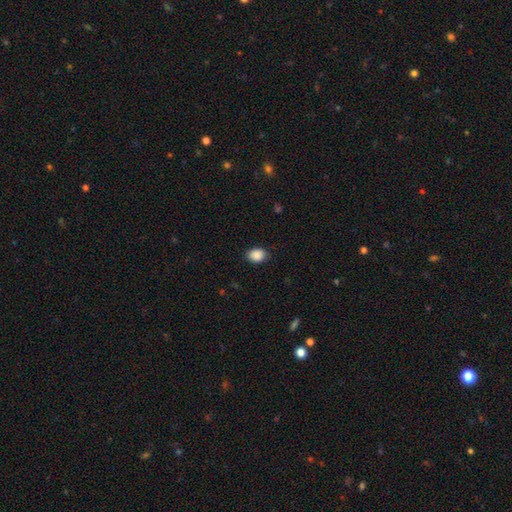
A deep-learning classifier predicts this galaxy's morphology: Smooth or featured: smooth — 89% (star or artifact — 8%)
How rounded: in between — 69% (round — 30%)
Merging: none — 86% (minor disturbance — 11%)